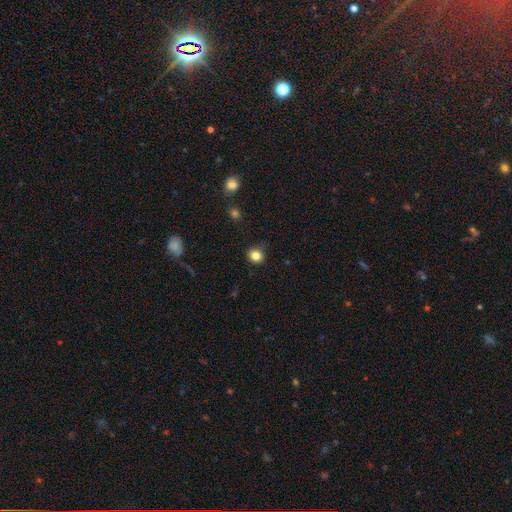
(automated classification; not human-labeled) Overall: smooth (83%). How rounded: round (84%). Merging: none (81%).